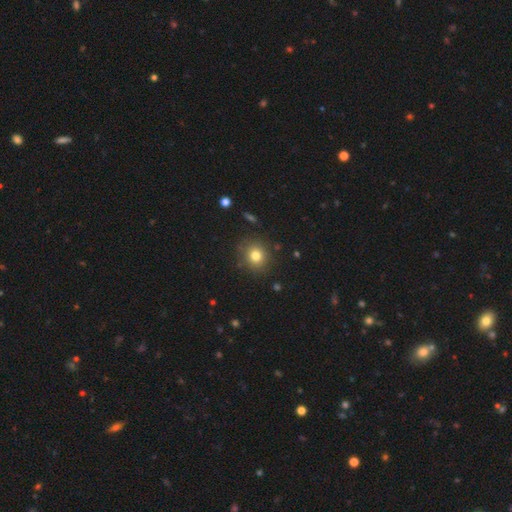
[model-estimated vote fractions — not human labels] Overall: smooth (78%). How rounded: round (83%). Merging: none (87%).